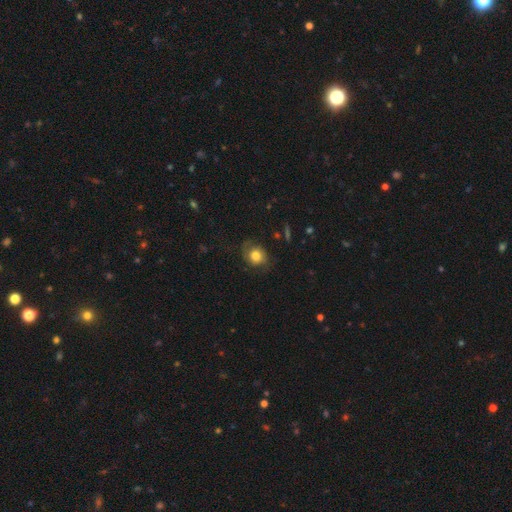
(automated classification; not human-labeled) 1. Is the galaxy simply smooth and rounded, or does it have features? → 65% smooth, 26% featured or disk, 9% star or artifact.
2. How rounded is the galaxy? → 62% round, 37% in between, 1% cigar-shaped.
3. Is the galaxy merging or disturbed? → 67% none, 22% minor disturbance, 10% major disturbance, 1% merger.